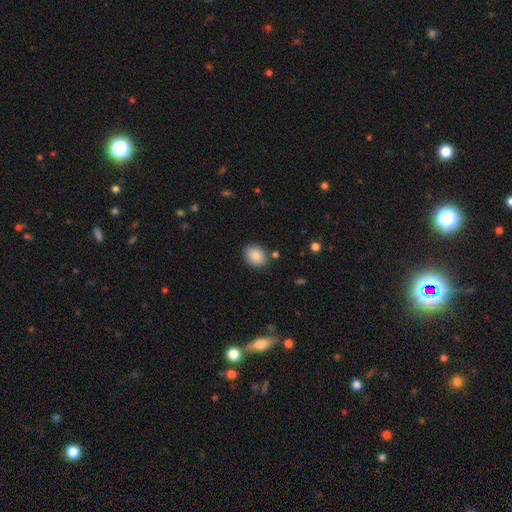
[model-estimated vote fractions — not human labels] This is clearly a smooth galaxy (88%). How rounded: possibly in between (55%). Merging: clearly none (84%).